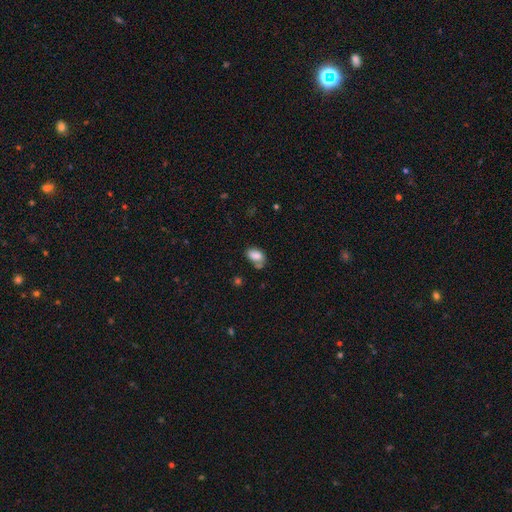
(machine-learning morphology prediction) Smooth or featured? smooth (81%)
How rounded? in between (88%)
Merging? none (44%)